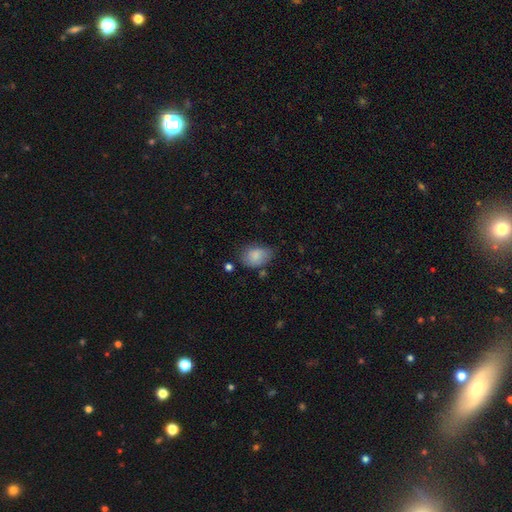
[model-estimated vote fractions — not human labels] This is clearly a smooth galaxy (83%). How rounded: likely in between (79%). Merging: possibly none (59%).